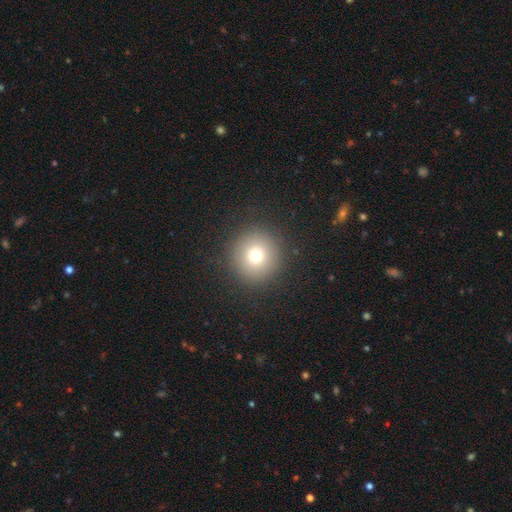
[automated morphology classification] A smooth galaxy with no disk features (75%) that is round (95%).

Vote fractions:
- Smooth or featured? smooth: 75% / star or artifact: 14% / featured or disk: 11%
- How rounded? round: 95% / in between: 4% / cigar-shaped: 1%
- Merging? none: 91% / minor disturbance: 5% / major disturbance: 3% / merger: 1%